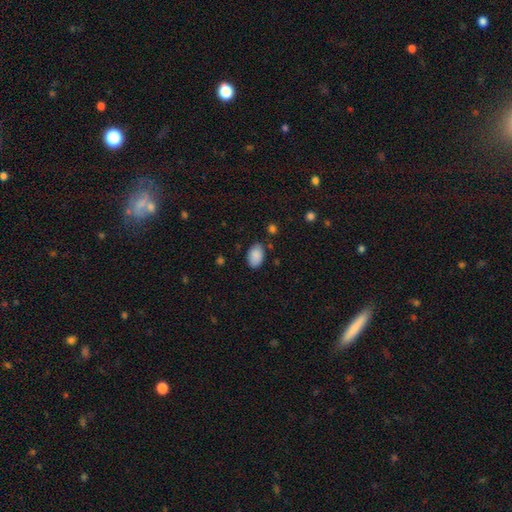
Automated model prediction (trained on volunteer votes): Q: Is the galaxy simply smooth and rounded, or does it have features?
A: smooth — 89%.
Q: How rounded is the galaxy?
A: in between — 90%.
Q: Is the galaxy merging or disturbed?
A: none — 80%.